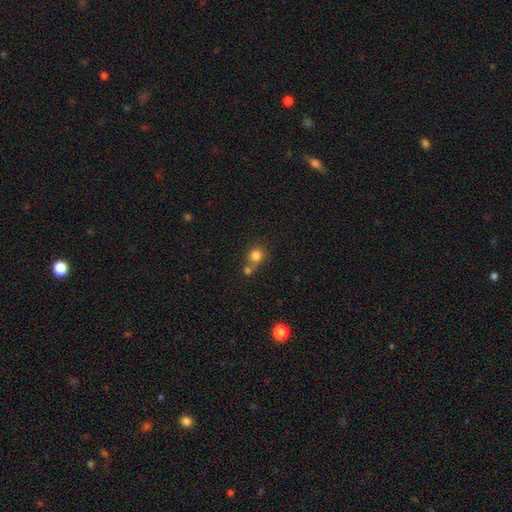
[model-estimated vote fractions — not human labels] Smooth or featured? smooth (81%)
How rounded? round (84%)
Merging? none (46%)